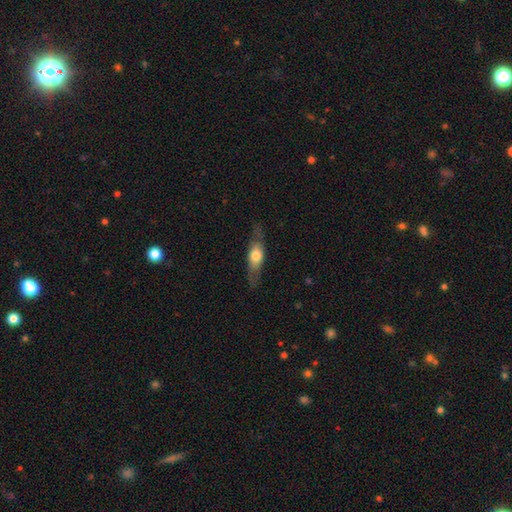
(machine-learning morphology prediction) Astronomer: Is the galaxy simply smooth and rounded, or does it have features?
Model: smooth — 52% (runner-up: featured or disk, 42%).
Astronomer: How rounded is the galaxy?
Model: cigar-shaped — 48%, tied with in between at 48%.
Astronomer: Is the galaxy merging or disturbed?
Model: none — 79%.